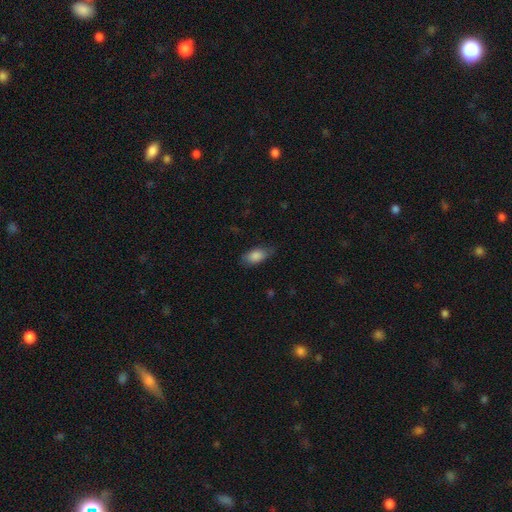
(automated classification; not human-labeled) This is clearly a smooth galaxy (85%). How rounded: clearly in between (90%). Merging: likely none (72%).